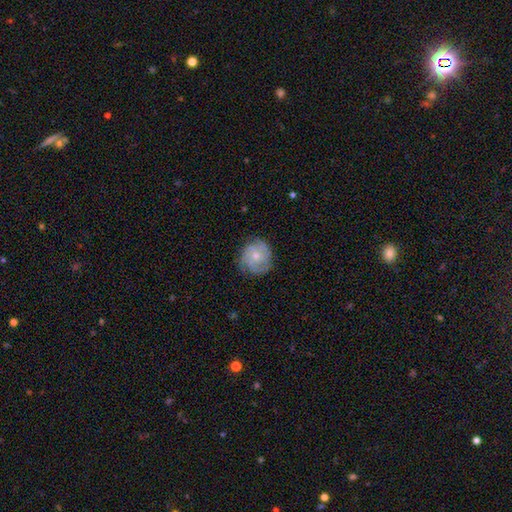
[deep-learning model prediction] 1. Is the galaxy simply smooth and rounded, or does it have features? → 67% featured or disk, 26% smooth, 7% star or artifact.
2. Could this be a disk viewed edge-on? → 98% no, 2% yes.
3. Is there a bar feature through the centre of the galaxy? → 81% no, 17% weak, 2% strong.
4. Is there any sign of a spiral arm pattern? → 91% yes, 9% no.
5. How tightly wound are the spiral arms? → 55% tight, 35% medium, 10% loose.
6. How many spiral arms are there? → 34% 3, 25% can't tell, 16% 4, 14% 2, 6% 1, 6% more than 4.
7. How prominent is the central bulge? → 59% small, 38% moderate, 2% none, 1% large, 1% dominant.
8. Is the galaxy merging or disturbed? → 76% none, 18% minor disturbance, 5% major disturbance, 1% merger.